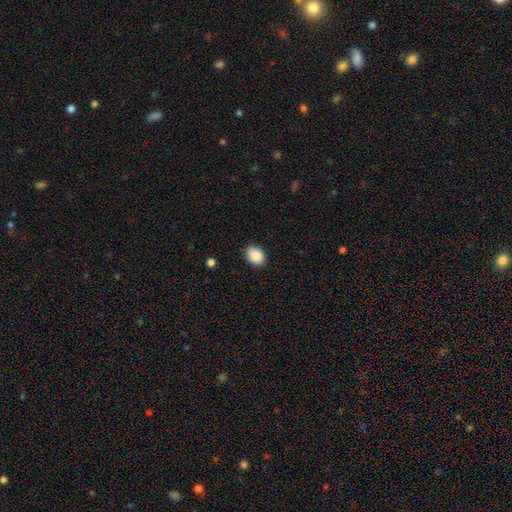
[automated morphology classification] Smooth or featured?
  - smooth: 86% *
  - star or artifact: 8%
  - featured or disk: 6%
How rounded?
  - in between: 70% *
  - round: 29%
  - cigar-shaped: 1%
Merging?
  - none: 88% *
  - minor disturbance: 10%
  - major disturbance: 2%
  - merger: 1%